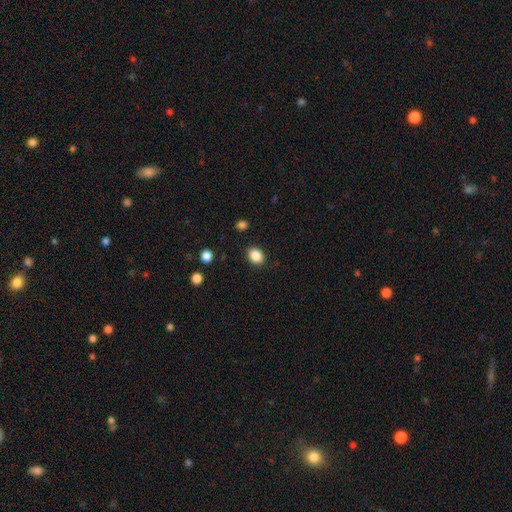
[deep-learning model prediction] This is clearly a smooth galaxy (87%). How rounded: possibly in between (56%). Merging: clearly none (87%).